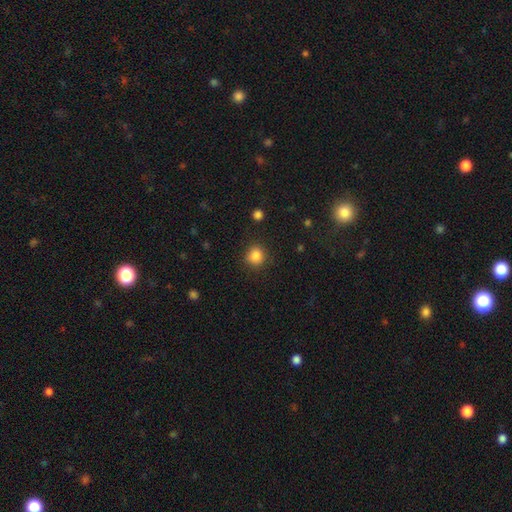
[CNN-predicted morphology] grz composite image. It shows a smooth galaxy with no disk features (85%) that is round (87%). Merging: none (87%).